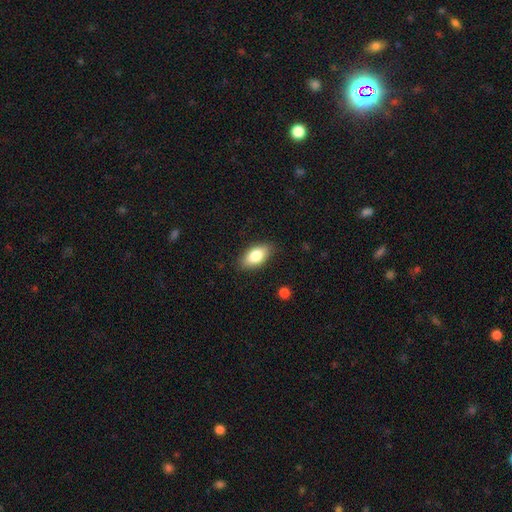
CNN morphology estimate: smooth_or_featured: smooth (p=0.81) [alt: featured or disk p=0.12]
how_rounded: in between (p=0.90) [alt: cigar-shaped p=0.06]
merging: none (p=0.86) [alt: minor disturbance p=0.11]